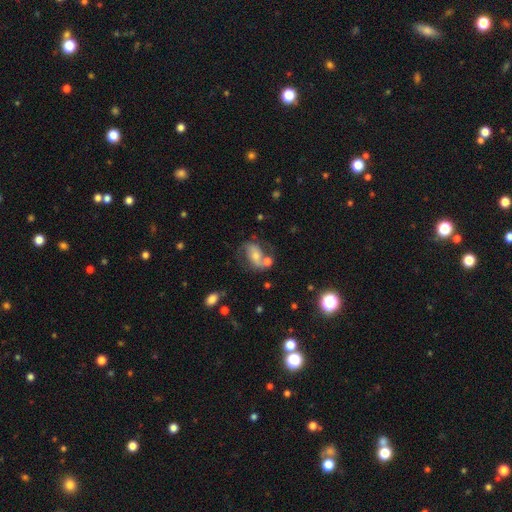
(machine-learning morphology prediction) Overall: featured or disk (62%; smooth 29%). Edge-on disk: no (95%). Bar: no (52%; weak 30%). Spiral arms: yes (81%). Bulge size: moderate (49%; small 41%). Merging: none (42%; merger 29%).